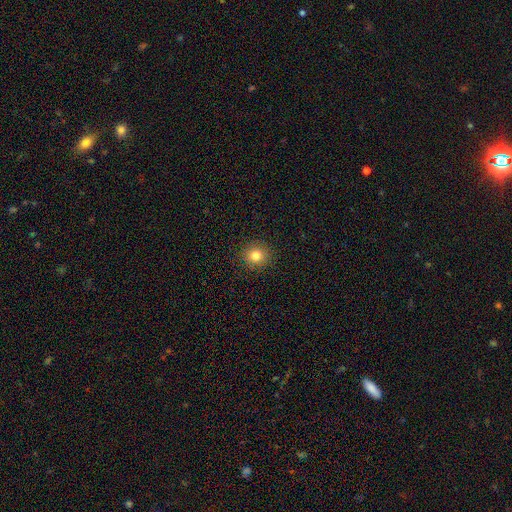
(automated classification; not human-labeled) Overall: smooth (81%). How rounded: round (88%). Merging: none (91%).